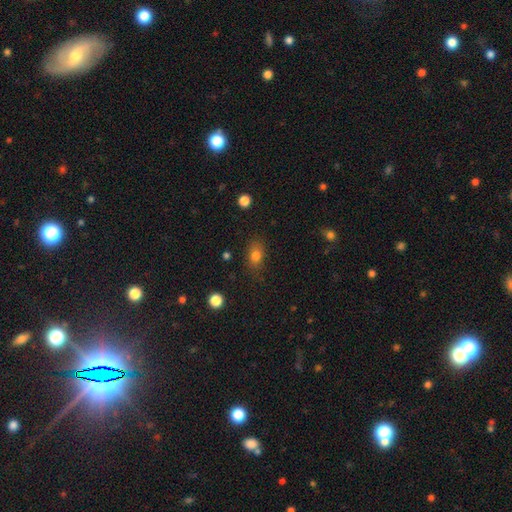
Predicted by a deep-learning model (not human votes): Smooth or featured? smooth (79%)
How rounded? in between (72%)
Merging? none (77%)